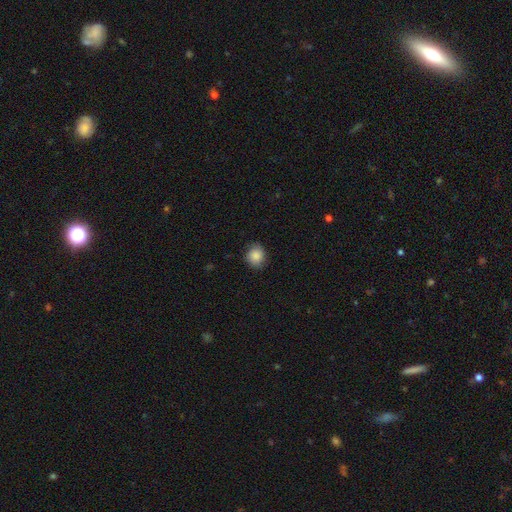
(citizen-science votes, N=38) Q: Smooth or featured?
A: smooth (82%); runner-up: featured or disk (11%)
Q: How rounded?
A: round (81%); runner-up: in between (16%)
Q: Merging?
A: none (86%); runner-up: minor disturbance (14%)